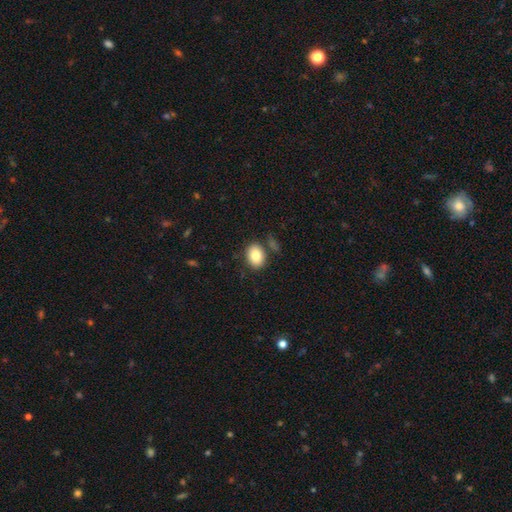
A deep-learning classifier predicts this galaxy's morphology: A smooth galaxy with no disk features (83%) that is in between round and cigar-shaped (67%). Merging: none (79%).